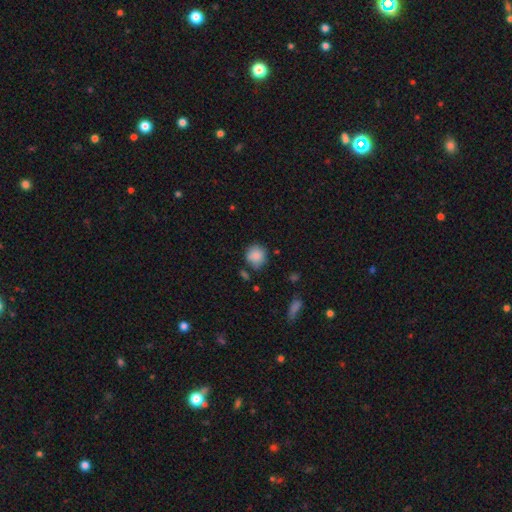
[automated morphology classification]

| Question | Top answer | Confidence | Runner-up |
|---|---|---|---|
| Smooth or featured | smooth | 86% | star or artifact (8%) |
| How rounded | round | 86% | in between (13%) |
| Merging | none | 70% | minor disturbance (19%) |